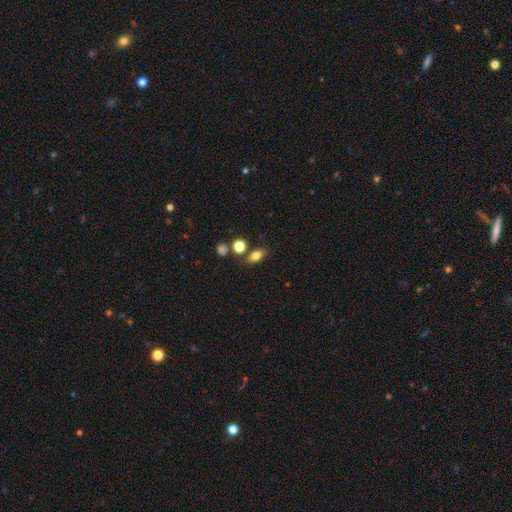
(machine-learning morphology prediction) This appears to be a smooth galaxy with no disk features (75%) that is in between round and cigar-shaped (76%). Merging: none (76%).